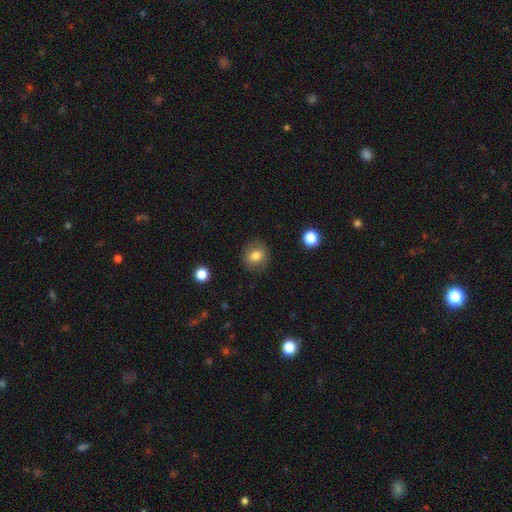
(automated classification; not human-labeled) Smooth or featured?
  - smooth: 79% *
  - featured or disk: 10%
  - star or artifact: 10%
How rounded?
  - round: 81% *
  - in between: 18%
  - cigar-shaped: 1%
Merging?
  - none: 86% *
  - minor disturbance: 9%
  - major disturbance: 3%
  - merger: 1%